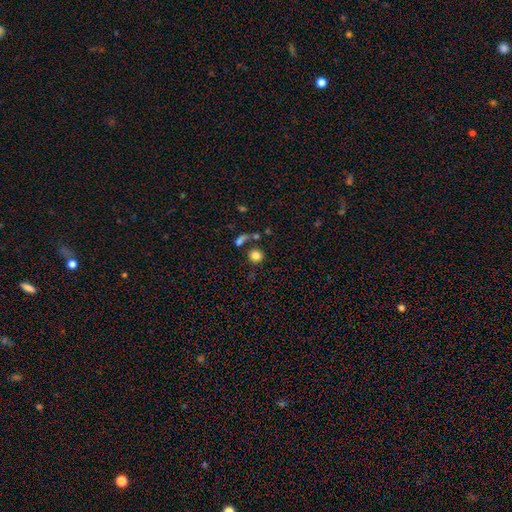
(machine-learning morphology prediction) smooth_or_featured: smooth (p=0.82) [alt: star or artifact p=0.11]
how_rounded: round (p=0.90) [alt: in between p=0.09]
merging: none (p=0.72) [alt: merger p=0.14]